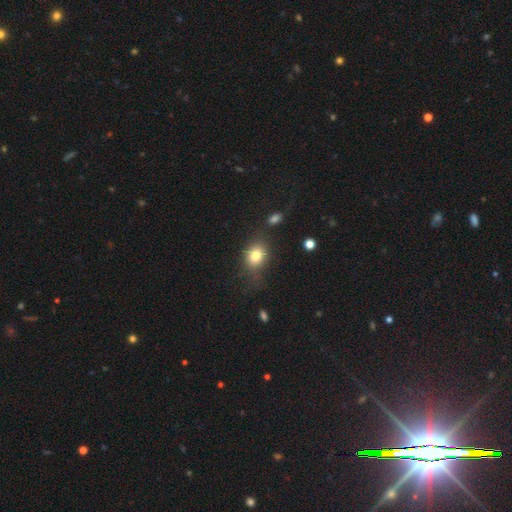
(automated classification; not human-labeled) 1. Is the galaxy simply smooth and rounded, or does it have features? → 79% smooth, 11% featured or disk, 10% star or artifact.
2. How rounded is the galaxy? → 57% in between, 42% round, 1% cigar-shaped.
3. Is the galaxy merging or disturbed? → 61% none, 23% minor disturbance, 11% major disturbance, 5% merger.